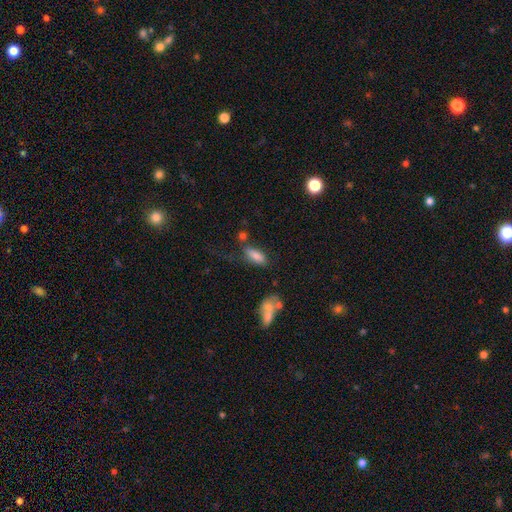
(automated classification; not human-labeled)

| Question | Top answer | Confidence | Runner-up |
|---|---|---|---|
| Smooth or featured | smooth | 81% | featured or disk (11%) |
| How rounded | in between | 70% | cigar-shaped (27%) |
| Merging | none | 59% | minor disturbance (21%) |